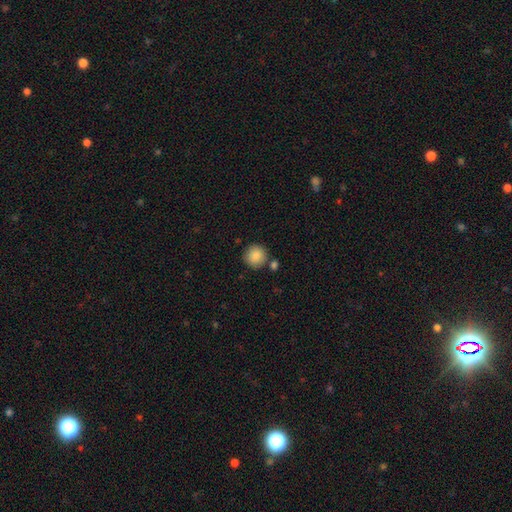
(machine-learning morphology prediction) Smooth or featured?
  - smooth: 86% *
  - star or artifact: 8%
  - featured or disk: 5%
How rounded?
  - round: 94% *
  - in between: 5%
  - cigar-shaped: 1%
Merging?
  - none: 80% *
  - merger: 9%
  - minor disturbance: 9%
  - major disturbance: 2%